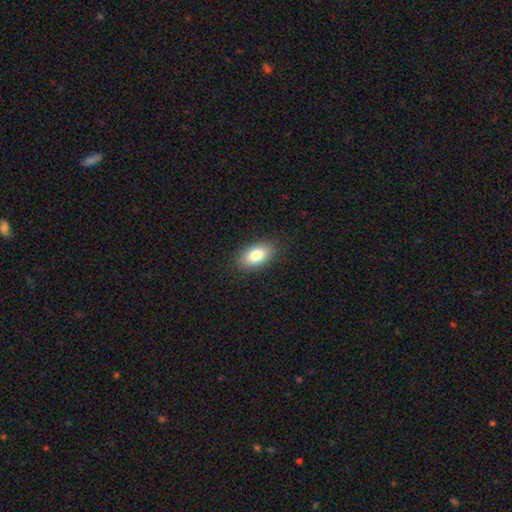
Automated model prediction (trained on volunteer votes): Smooth or featured?
  - smooth: 82% *
  - featured or disk: 10%
  - star or artifact: 8%
How rounded?
  - in between: 91% *
  - round: 7%
  - cigar-shaped: 2%
Merging?
  - none: 89% *
  - minor disturbance: 8%
  - major disturbance: 2%
  - merger: 1%